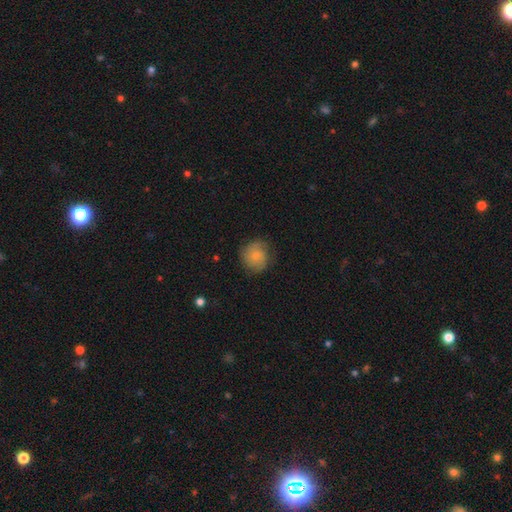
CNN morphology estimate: The model was most divided on "smooth or featured": smooth: 70%, featured or disk: 23%, star or artifact: 7%. More confident: how rounded — round (87%); merging — none (75%).